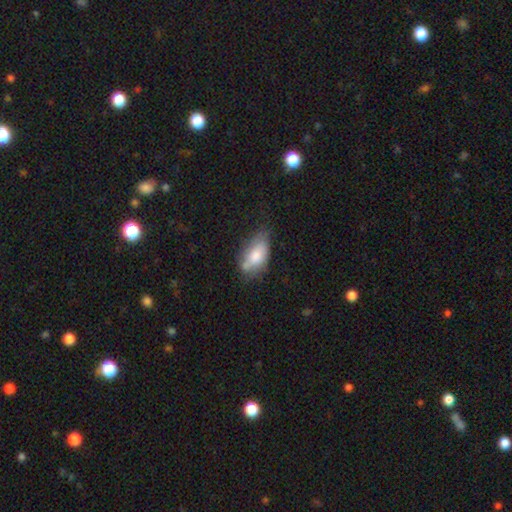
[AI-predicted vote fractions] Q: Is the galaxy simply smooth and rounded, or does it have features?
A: smooth — 72%.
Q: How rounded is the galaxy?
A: in between — 90%.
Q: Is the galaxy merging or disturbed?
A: none — 44%.